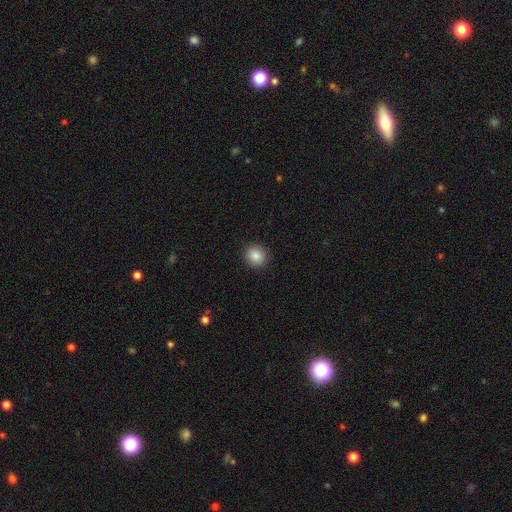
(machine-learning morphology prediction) This appears to be a smooth galaxy with no disk features (86%) that is round (83%). Merging: none (91%).